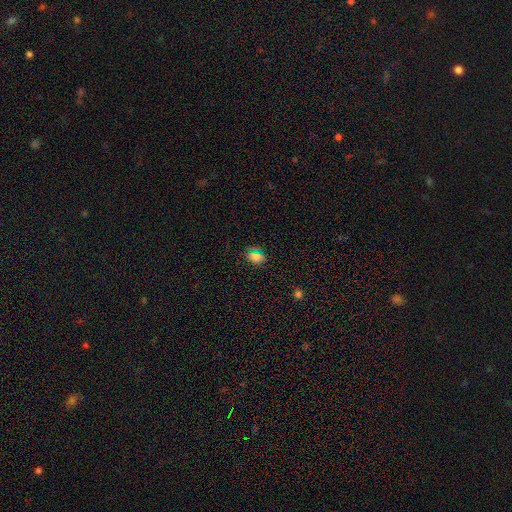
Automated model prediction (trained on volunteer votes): Smooth or featured? Predicted: smooth (p=0.68). How rounded? Predicted: in between (p=0.62). Merging? Predicted: none (p=0.81).